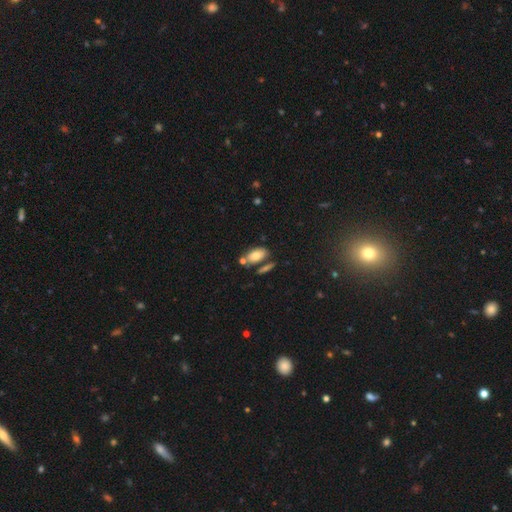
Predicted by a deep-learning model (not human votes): A smooth galaxy with no disk features (75%) that is in between round and cigar-shaped (91%).

Vote fractions:
- Smooth or featured? smooth: 75% / featured or disk: 17% / star or artifact: 8%
- How rounded? in between: 91% / round: 5% / cigar-shaped: 5%
- Merging? none: 61% / merger: 21% / minor disturbance: 14% / major disturbance: 5%